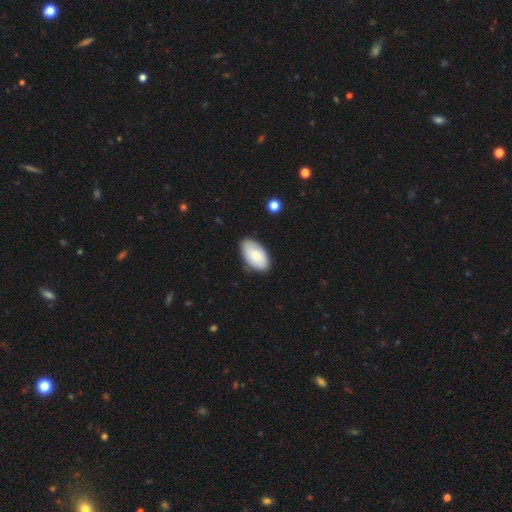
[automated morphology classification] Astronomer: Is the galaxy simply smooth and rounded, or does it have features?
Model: smooth — 82%.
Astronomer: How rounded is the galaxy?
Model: in between — 95%.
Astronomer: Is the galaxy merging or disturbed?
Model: none — 82%.